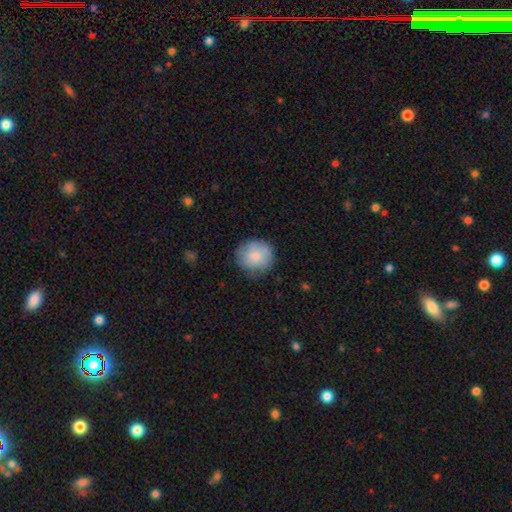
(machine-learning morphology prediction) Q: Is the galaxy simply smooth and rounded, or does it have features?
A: smooth — 80%.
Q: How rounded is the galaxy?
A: round — 88%.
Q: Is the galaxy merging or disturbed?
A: none — 75%.